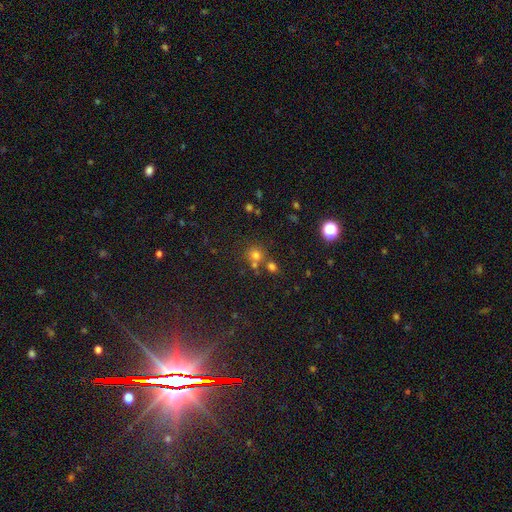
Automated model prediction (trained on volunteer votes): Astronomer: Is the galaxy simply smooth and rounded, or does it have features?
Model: smooth — 66%.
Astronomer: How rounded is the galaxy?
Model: round — 87%.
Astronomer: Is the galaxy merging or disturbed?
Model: none — 61%.